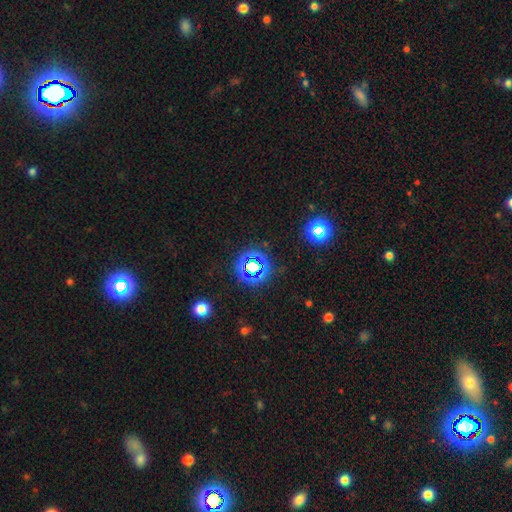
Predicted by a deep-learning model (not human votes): This is possibly a star or artifact rather than a galaxy (58%).